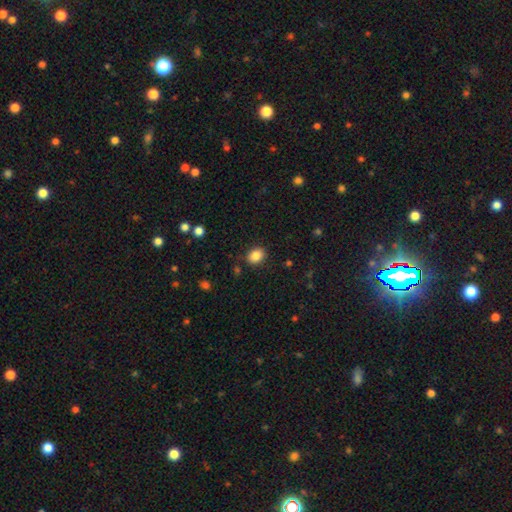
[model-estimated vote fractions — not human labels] smooth-or-featured: smooth: 86% | star or artifact: 10% | featured or disk: 5%
  how-rounded: in between: 53% | round: 46% | cigar-shaped: 1%
  merging: none: 85% | minor disturbance: 10% | major disturbance: 3% | merger: 2%